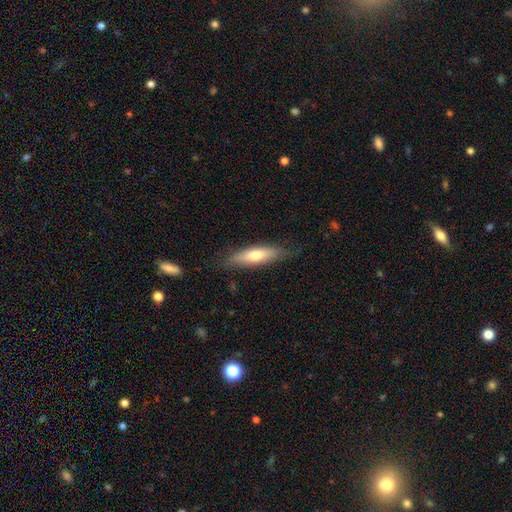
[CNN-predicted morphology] This appears to be a smooth galaxy with no disk features (62%) that is cigar-shaped (60%). Merging: none (79%).